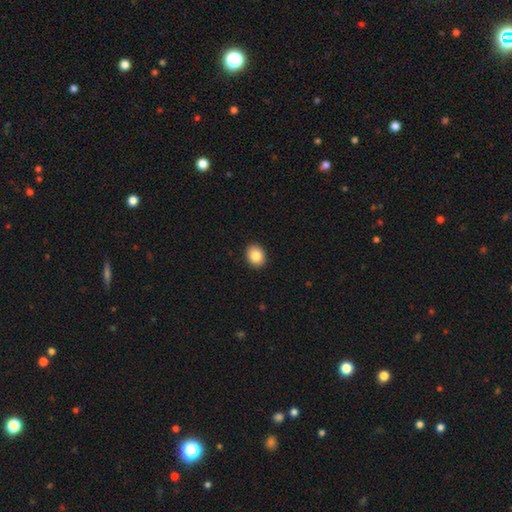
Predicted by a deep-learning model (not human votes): This is clearly a smooth galaxy (85%). How rounded: possibly round (56%). Merging: clearly none (92%).